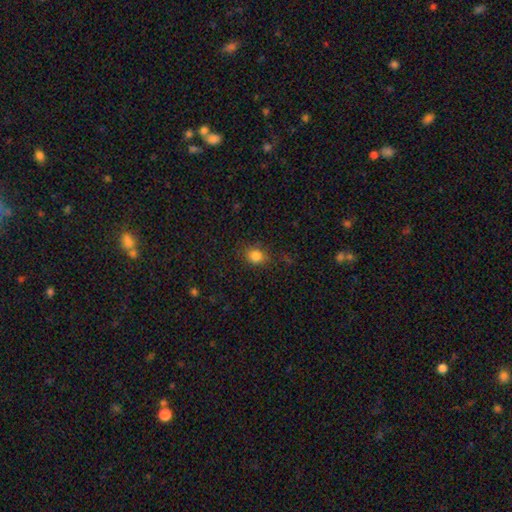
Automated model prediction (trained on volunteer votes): The model was most divided on "how rounded": round: 61%, in between: 38%, cigar-shaped: 1%. More confident: smooth or featured — smooth (83%); merging — none (80%).